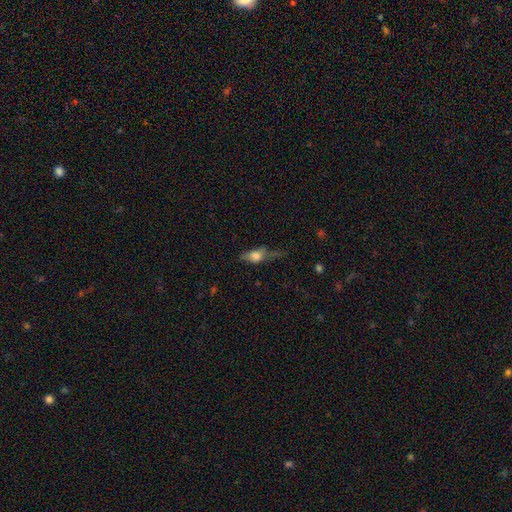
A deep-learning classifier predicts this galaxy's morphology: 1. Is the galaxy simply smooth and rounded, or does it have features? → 62% smooth, 28% featured or disk, 10% star or artifact.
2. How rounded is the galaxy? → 67% in between, 21% cigar-shaped, 11% round.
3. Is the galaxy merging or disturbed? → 39% none, 32% minor disturbance, 25% major disturbance, 3% merger.